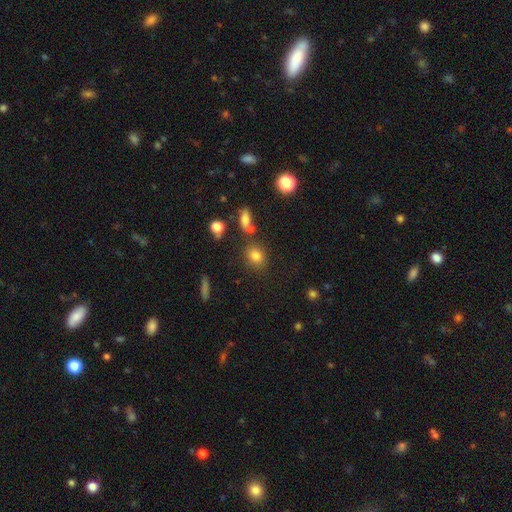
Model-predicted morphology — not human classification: Overall: smooth (78%). How rounded: round (53%; in between 45%). Merging: none (75%).